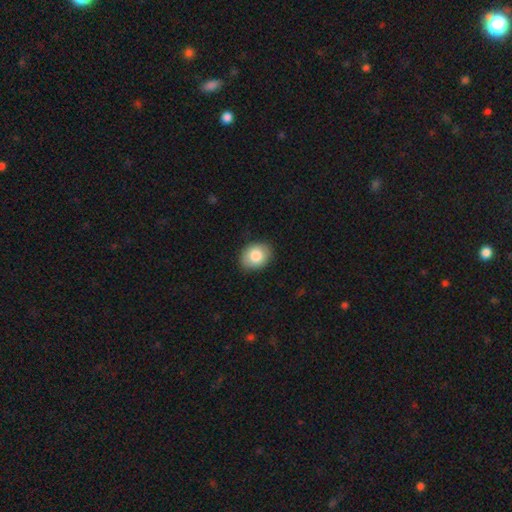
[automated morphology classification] smooth-or-featured: smooth: 83% | featured or disk: 9% | star or artifact: 7%
  how-rounded: in between: 57% | round: 42% | cigar-shaped: 1%
  merging: none: 88% | minor disturbance: 9% | major disturbance: 2% | merger: 1%